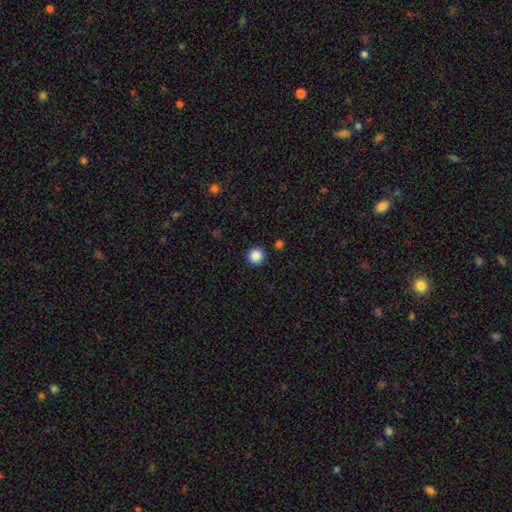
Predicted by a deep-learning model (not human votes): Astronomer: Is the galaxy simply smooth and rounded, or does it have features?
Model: smooth — 87%.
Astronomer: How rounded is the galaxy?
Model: round — 95%.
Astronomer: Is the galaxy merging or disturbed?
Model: none — 92%.